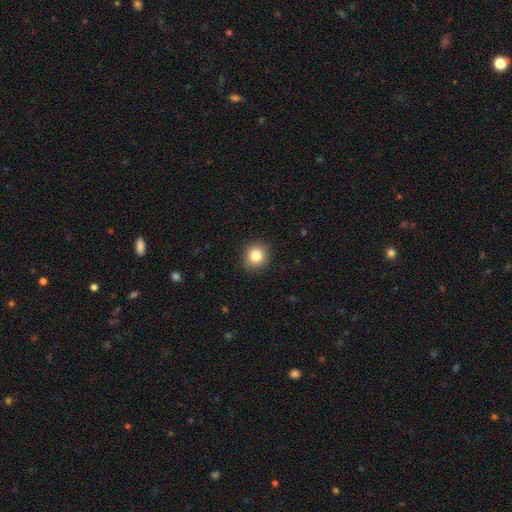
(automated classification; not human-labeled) smooth_or_featured: smooth (p=0.84) [alt: star or artifact p=0.10]
how_rounded: round (p=0.85) [alt: in between p=0.14]
merging: none (p=0.91) [alt: minor disturbance p=0.07]